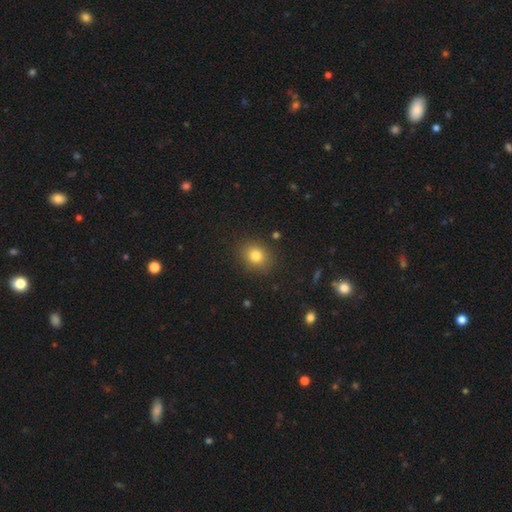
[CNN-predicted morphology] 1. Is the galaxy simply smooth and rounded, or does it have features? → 80% smooth, 13% star or artifact, 7% featured or disk.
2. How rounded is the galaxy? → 69% round, 30% in between, 1% cigar-shaped.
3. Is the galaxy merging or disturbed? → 87% none, 9% minor disturbance, 3% major disturbance, 2% merger.